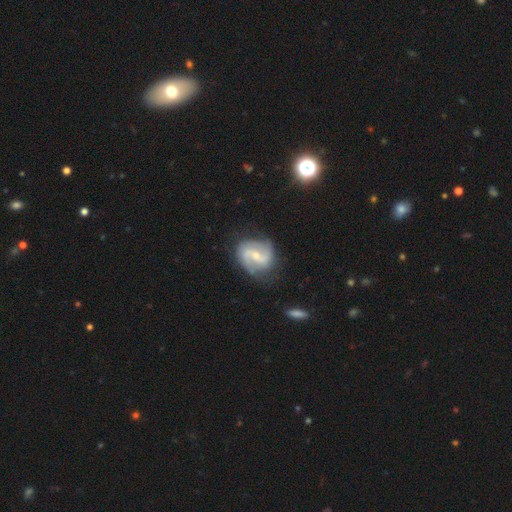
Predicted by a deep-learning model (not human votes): Smooth or featured?
  - featured or disk: 83% *
  - smooth: 12%
  - star or artifact: 5%
Edge-on disk?
  - no: 98% *
  - yes: 2%
Bar?
  - weak: 51% *
  - no: 25%
  - strong: 24%
Spiral arms?
  - yes: 94% *
  - no: 6%
Spiral winding?
  - medium: 46% *
  - loose: 33%
  - tight: 21%
Spiral arm count?
  - 2: 85% *
  - can't tell: 7%
  - 3: 3%
  - 1: 2%
  - 4: 1%
  - more than 4: 1%
Bulge size?
  - small: 61% *
  - moderate: 34%
  - none: 3%
  - large: 1%
  - dominant: 1%
Merging?
  - none: 71% *
  - minor disturbance: 20%
  - major disturbance: 7%
  - merger: 2%